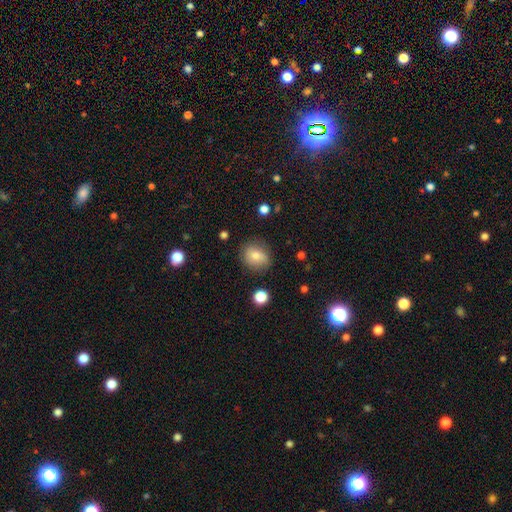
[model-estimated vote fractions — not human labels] Q: Smooth or featured?
A: smooth (76%); runner-up: featured or disk (14%)
Q: How rounded?
A: round (64%); runner-up: in between (35%)
Q: Merging?
A: none (76%); runner-up: minor disturbance (17%)